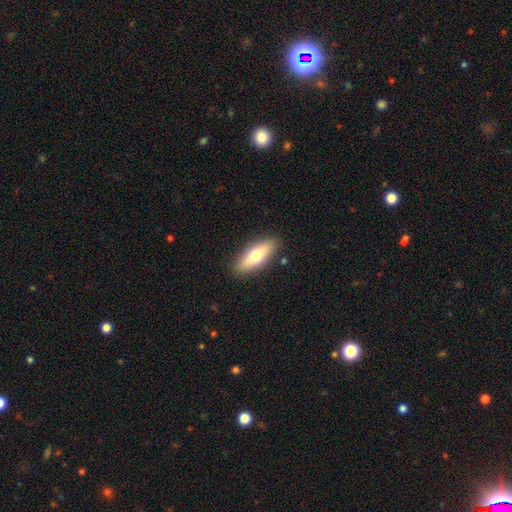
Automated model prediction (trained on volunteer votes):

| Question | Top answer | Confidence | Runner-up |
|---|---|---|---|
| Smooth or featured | smooth | 62% | featured or disk (32%) |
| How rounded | in between | 62% | cigar-shaped (35%) |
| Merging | none | 87% | minor disturbance (9%) |